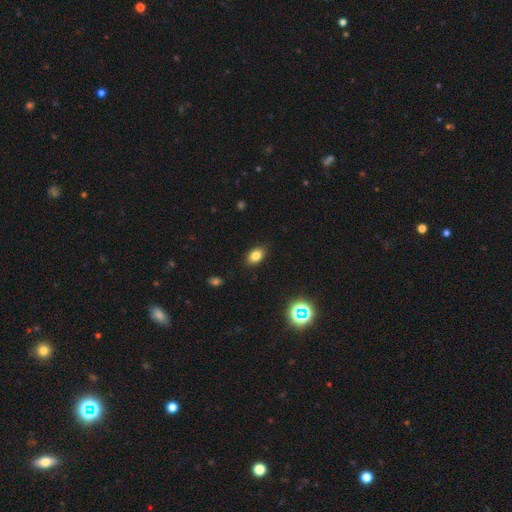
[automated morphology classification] A smooth galaxy with no disk features (81%) that is in between round and cigar-shaped (82%). Merging: none (87%).